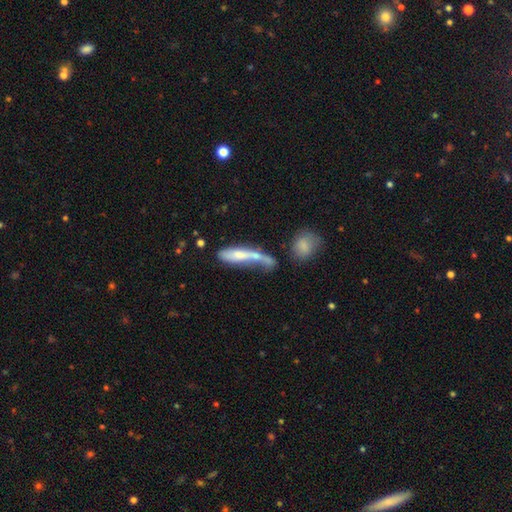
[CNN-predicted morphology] Smooth or featured? Predicted: smooth (p=0.59). How rounded? Predicted: cigar-shaped (p=0.69). Merging? Predicted: merger (p=0.42).